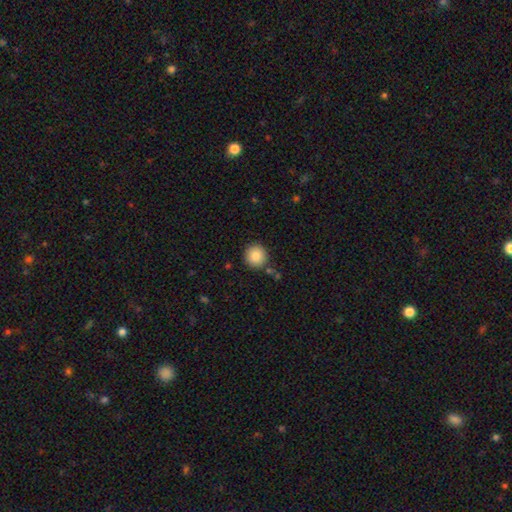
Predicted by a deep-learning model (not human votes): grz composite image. It shows a smooth galaxy with no disk features (85%) that is round (94%). Merging: none (86%).